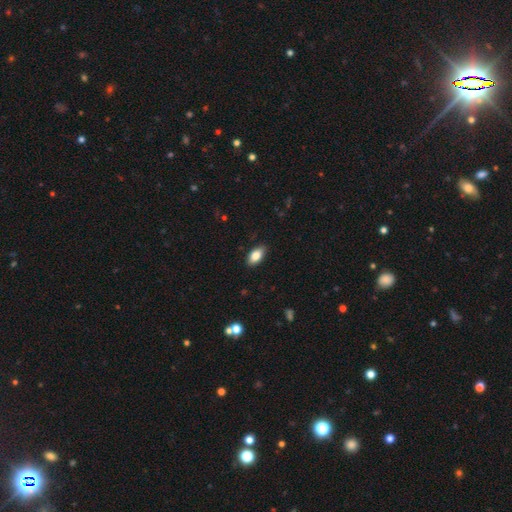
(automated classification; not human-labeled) Overall: smooth (81%). How rounded: in between (91%). Merging: none (87%).